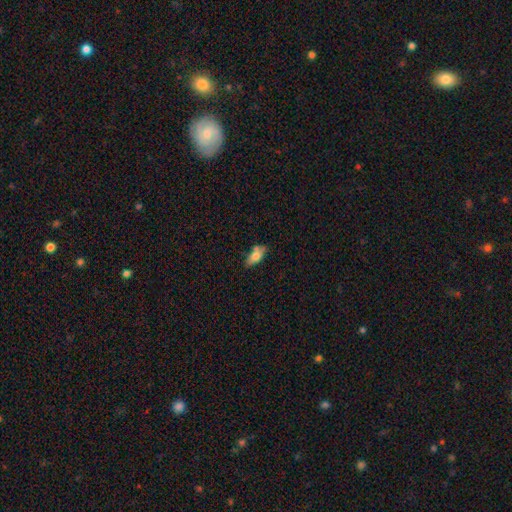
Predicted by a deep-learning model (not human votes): A smooth galaxy with no disk features (67%) that is in between round and cigar-shaped (78%).

Vote fractions:
- Smooth or featured? smooth: 67% / featured or disk: 26% / star or artifact: 7%
- How rounded? in between: 78% / cigar-shaped: 19% / round: 3%
- Merging? none: 64% / minor disturbance: 20% / merger: 11% / major disturbance: 5%